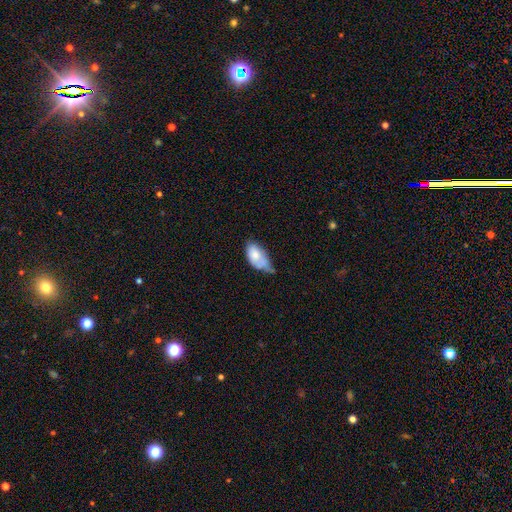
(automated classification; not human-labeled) Overall: smooth (74%). How rounded: in between (93%). Merging: minor disturbance (44%; none 25%).